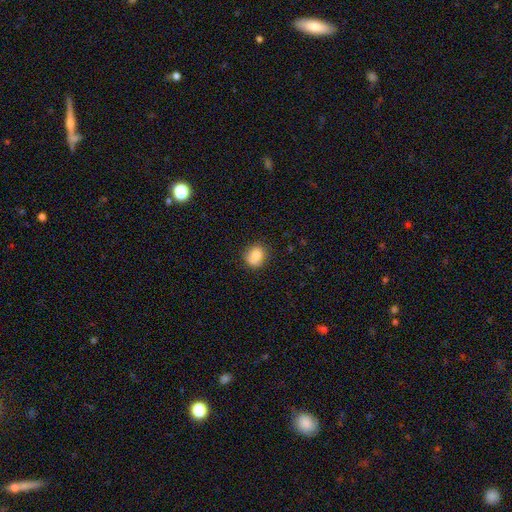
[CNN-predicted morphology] This appears to be a smooth galaxy with no disk features (83%) that is round (74%). Merging: none (76%).